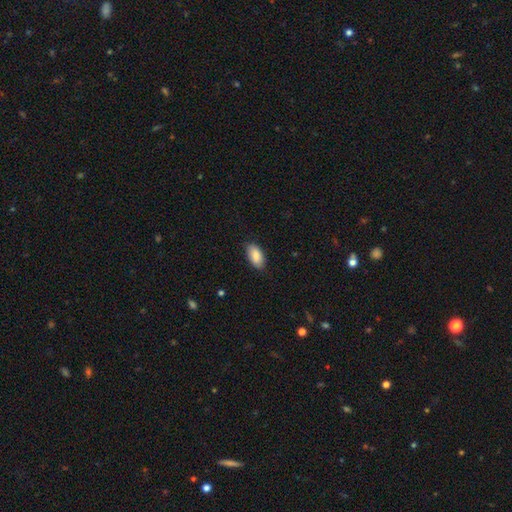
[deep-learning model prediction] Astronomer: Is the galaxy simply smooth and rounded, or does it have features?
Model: smooth — 87%.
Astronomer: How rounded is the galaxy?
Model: in between — 94%.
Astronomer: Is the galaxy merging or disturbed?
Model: none — 83%.